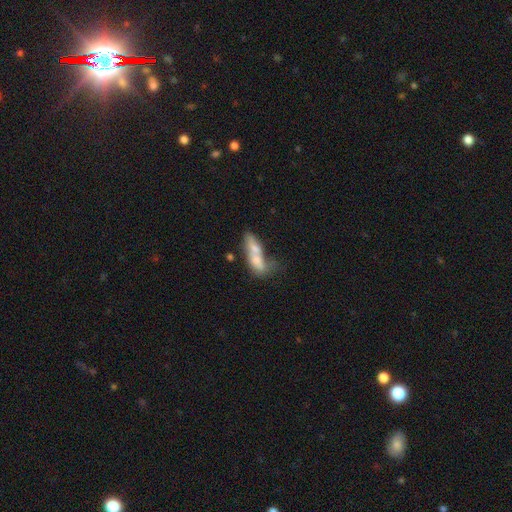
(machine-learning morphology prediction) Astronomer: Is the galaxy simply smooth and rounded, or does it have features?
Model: smooth — 55% (runner-up: featured or disk, 36%).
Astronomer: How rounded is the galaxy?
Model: in between — 55% (runner-up: cigar-shaped, 40%).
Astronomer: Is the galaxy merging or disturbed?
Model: merger — 55%.